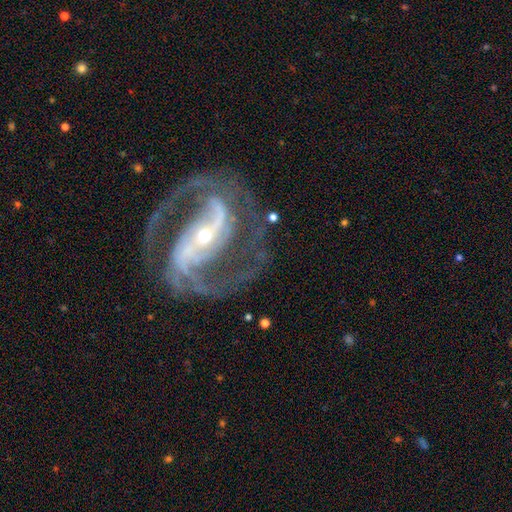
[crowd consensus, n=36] Smooth or featured? featured or disk (92%)
Edge-on disk? no (100%)
Bar? strong (55%)
Spiral arms? yes (100%)
Spiral winding? medium (36%)
Spiral arm count? 2 (82%)
Bulge size? small (73%)
Merging? none (63%)